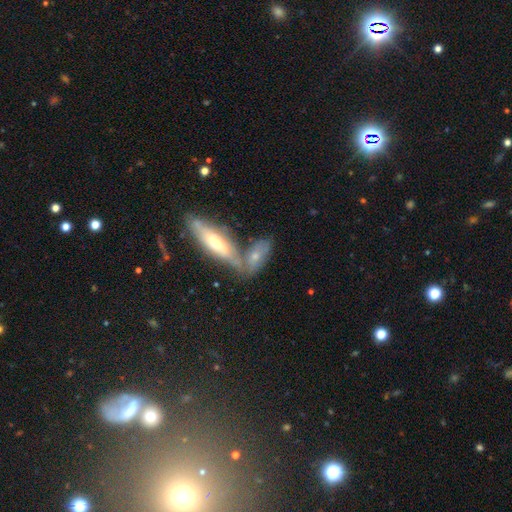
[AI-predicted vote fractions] This is possibly a smooth galaxy (53%). How rounded: likely in between (67%). Merging: marginally merger (44%).